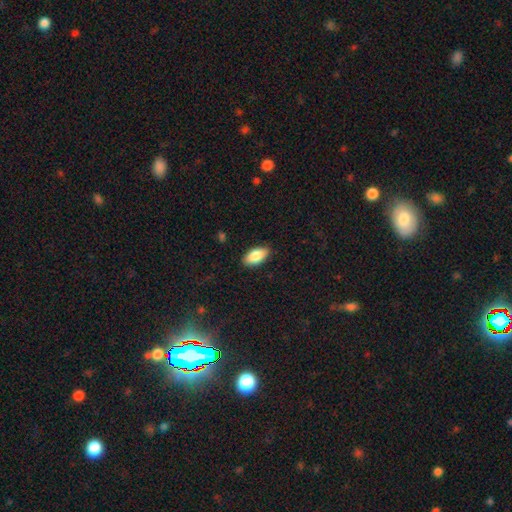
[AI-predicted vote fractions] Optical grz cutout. It shows a smooth galaxy with no disk features (85%) that is in between round and cigar-shaped (93%). Merging: none (87%).